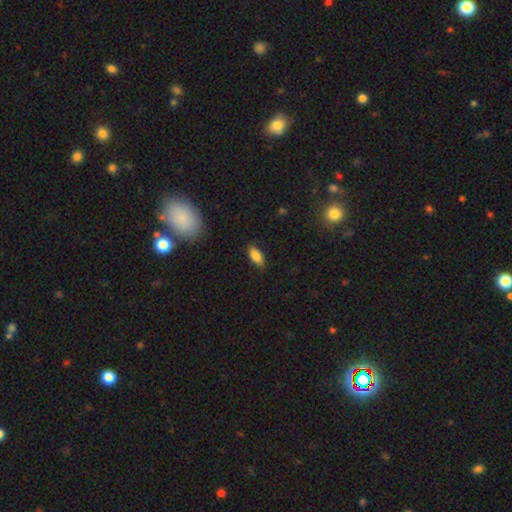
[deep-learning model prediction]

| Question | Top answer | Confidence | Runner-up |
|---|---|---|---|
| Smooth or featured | smooth | 82% | featured or disk (10%) |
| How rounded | in between | 83% | cigar-shaped (14%) |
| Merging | none | 85% | minor disturbance (11%) |